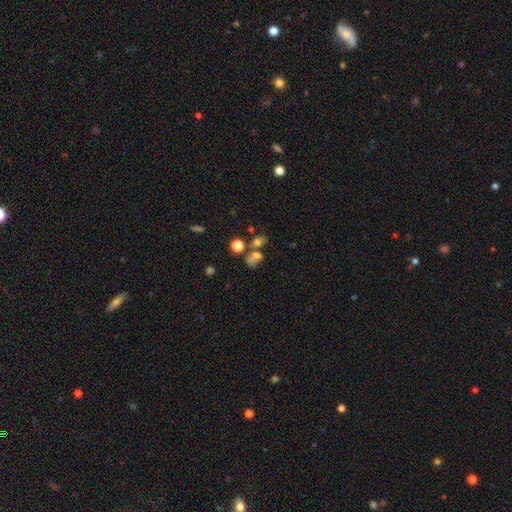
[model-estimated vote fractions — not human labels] smooth 60%, star or artifact 20%, featured or disk 19%. Down the decision tree: how rounded — in between (50%); merging — merger (47%).